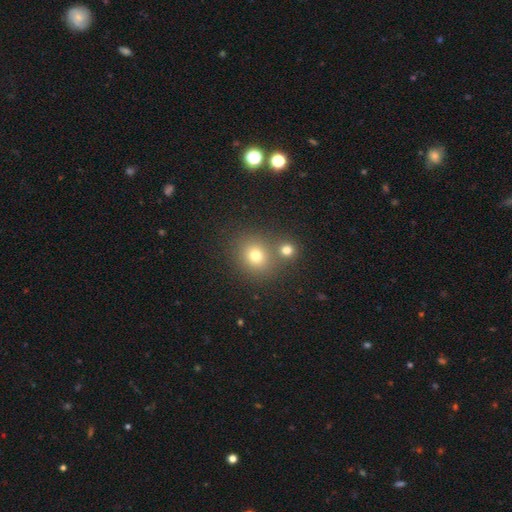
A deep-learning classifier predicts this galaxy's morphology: smooth_or_featured: smooth (p=0.74) [alt: star or artifact p=0.17]
how_rounded: round (p=0.80) [alt: in between p=0.19]
merging: none (p=0.65) [alt: merger p=0.24]